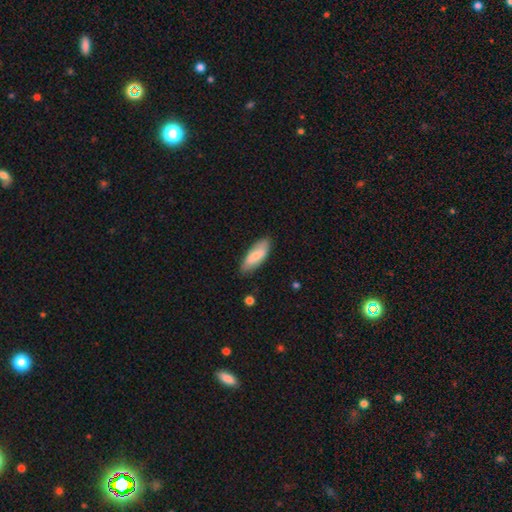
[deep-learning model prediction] smooth_or_featured: smooth (p=0.72) [alt: featured or disk p=0.22]
how_rounded: in between (p=0.70) [alt: cigar-shaped p=0.28]
merging: none (p=0.81) [alt: minor disturbance p=0.15]